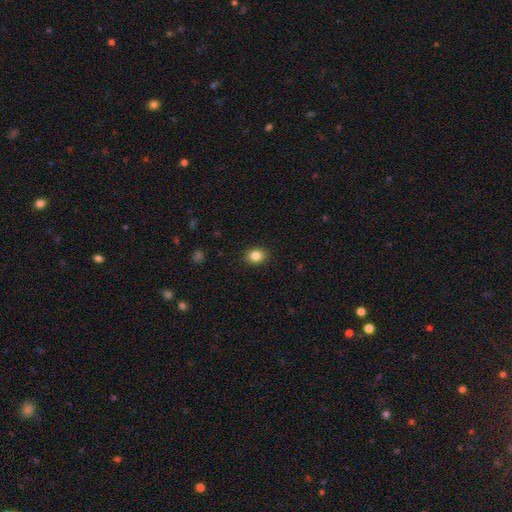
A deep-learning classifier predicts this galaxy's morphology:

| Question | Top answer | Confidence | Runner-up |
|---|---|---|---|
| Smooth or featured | smooth | 84% | star or artifact (10%) |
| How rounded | round | 53% | in between (46%) |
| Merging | none | 90% | minor disturbance (7%) |